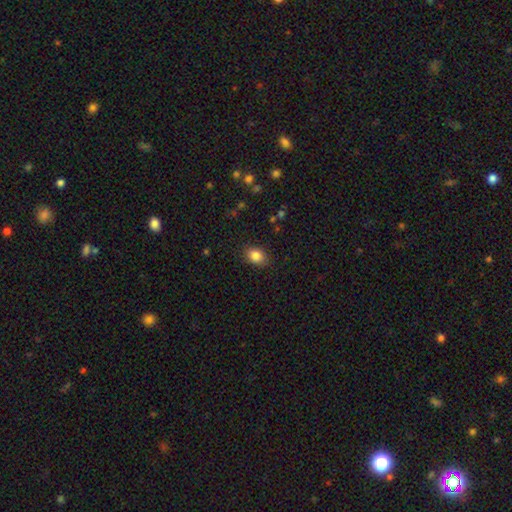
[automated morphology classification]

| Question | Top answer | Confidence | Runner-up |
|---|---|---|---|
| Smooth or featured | smooth | 85% | star or artifact (9%) |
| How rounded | in between | 67% | round (32%) |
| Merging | none | 87% | minor disturbance (10%) |